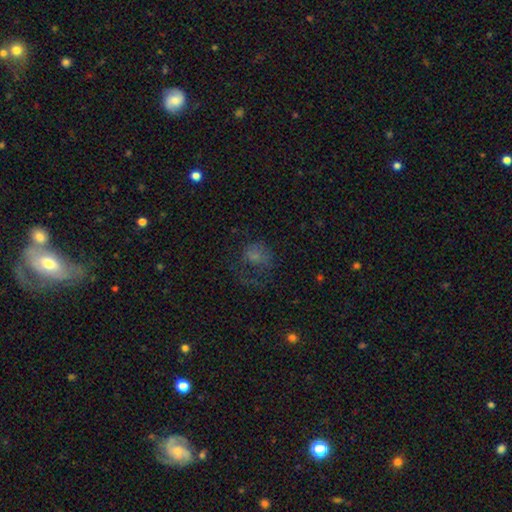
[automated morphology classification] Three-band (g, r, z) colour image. It shows a smooth galaxy with no disk features (55%) that is round (62%). Merging: major disturbance (46%).